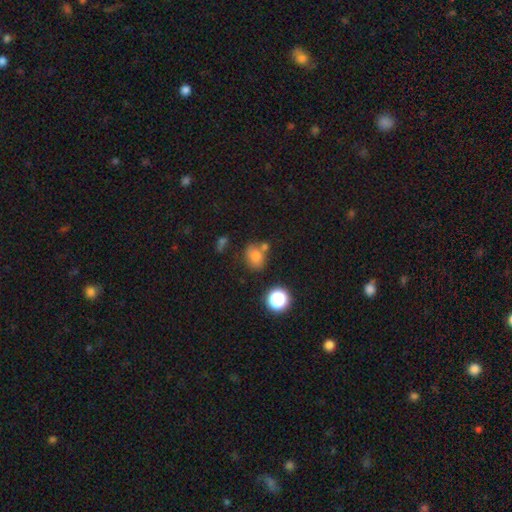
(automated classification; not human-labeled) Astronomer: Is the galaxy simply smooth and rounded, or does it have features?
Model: smooth — 76%.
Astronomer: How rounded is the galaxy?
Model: round — 50% (runner-up: in between, 49%).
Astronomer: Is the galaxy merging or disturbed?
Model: none — 62%.